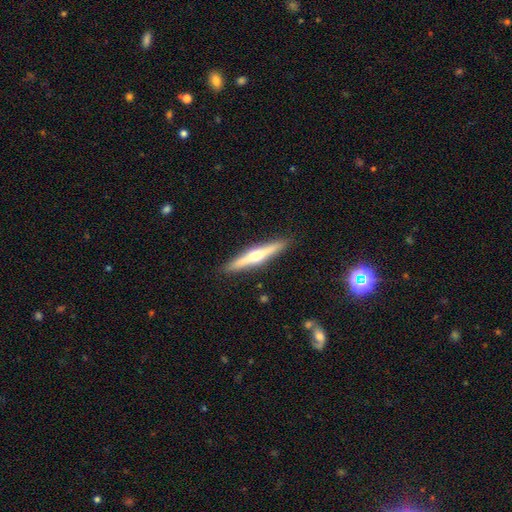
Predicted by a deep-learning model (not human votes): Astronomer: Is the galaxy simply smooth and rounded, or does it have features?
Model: featured or disk — 65%.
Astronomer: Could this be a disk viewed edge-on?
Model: yes — 97%.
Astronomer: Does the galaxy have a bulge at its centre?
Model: rounded — 91%.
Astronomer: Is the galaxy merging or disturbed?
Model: none — 91%.